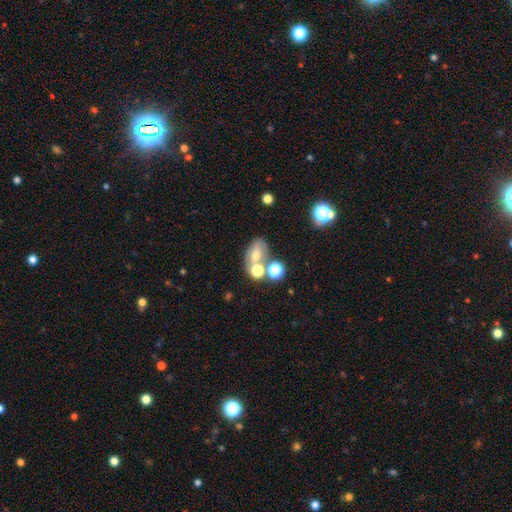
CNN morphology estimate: Smooth or featured? Predicted: smooth (p=0.51). How rounded? Predicted: in between (p=0.72). Merging? Predicted: none (p=0.41).